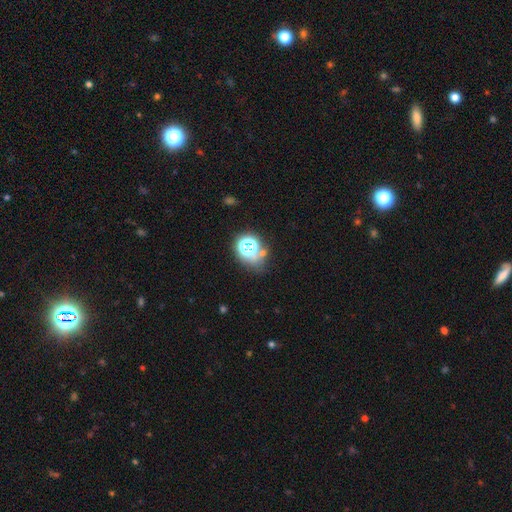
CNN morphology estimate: Smooth or featured? Predicted: star or artifact (p=0.45).